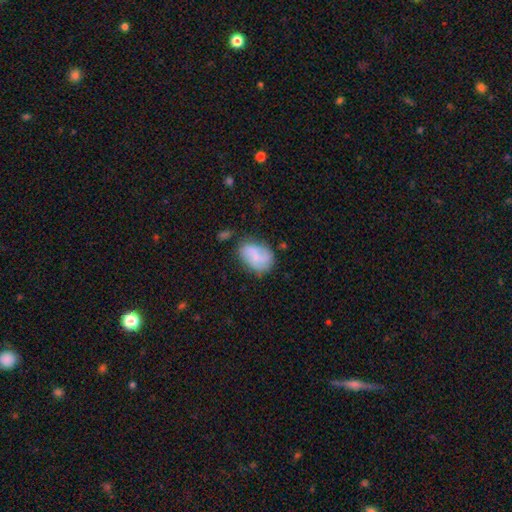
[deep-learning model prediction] Smooth or featured? smooth (63%)
How rounded? in between (78%)
Merging? none (56%)